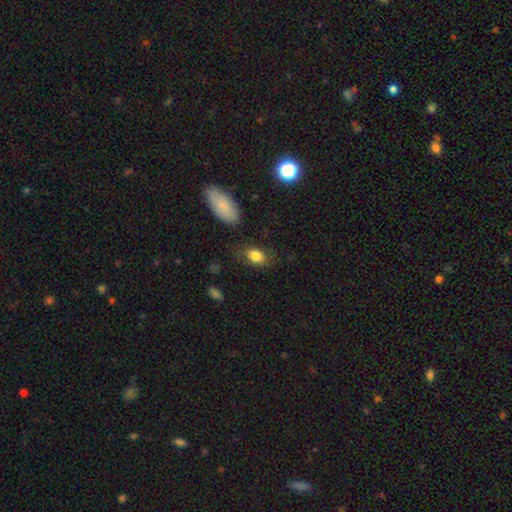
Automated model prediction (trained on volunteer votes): Smooth or featured? Predicted: smooth (p=0.82). How rounded? Predicted: in between (p=0.85). Merging? Predicted: none (p=0.75).